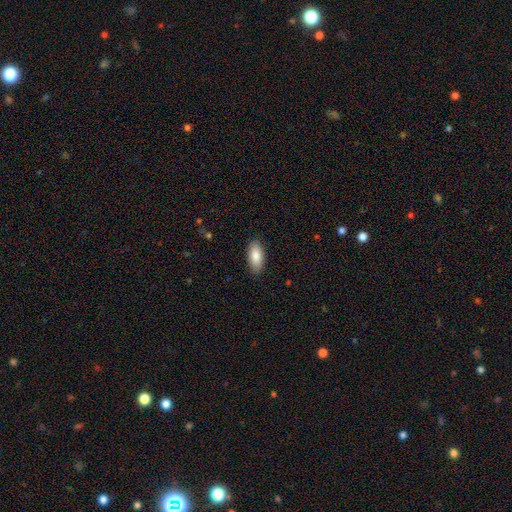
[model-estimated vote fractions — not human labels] A smooth galaxy with no disk features (86%) that is in between round and cigar-shaped (88%).

Vote fractions:
- Smooth or featured? smooth: 86% / featured or disk: 8% / star or artifact: 6%
- How rounded? in between: 88% / cigar-shaped: 11% / round: 2%
- Merging? none: 88% / minor disturbance: 9% / major disturbance: 2% / merger: 1%